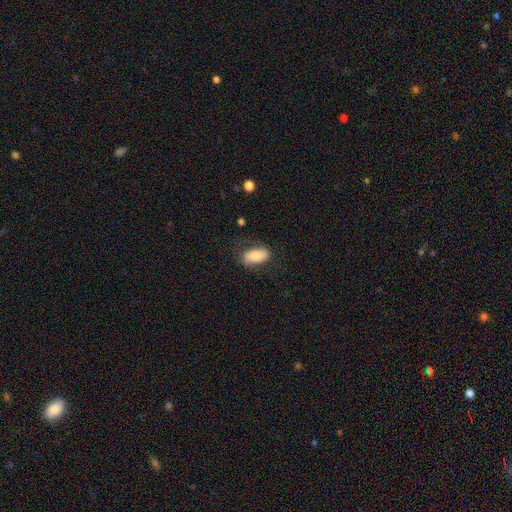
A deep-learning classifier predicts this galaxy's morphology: smooth 74%, featured or disk 19%, star or artifact 7%. Down the decision tree: how rounded — in between (89%); merging — none (69%).